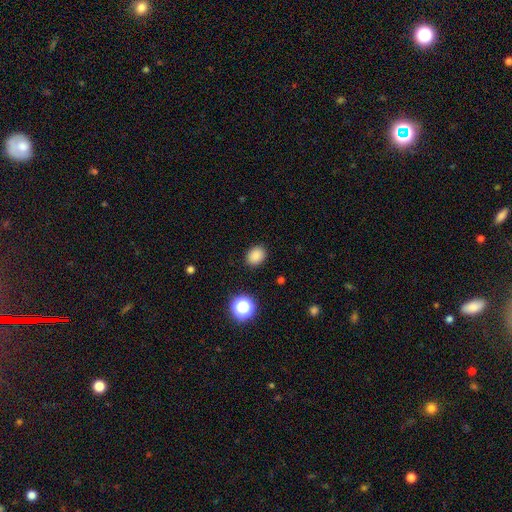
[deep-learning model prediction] smooth 84%, star or artifact 12%, featured or disk 4%. Down the decision tree: how rounded — in between (51%); merging — none (88%).